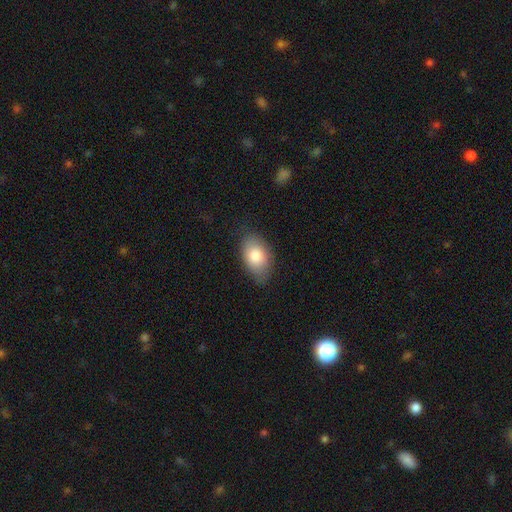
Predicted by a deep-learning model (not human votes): This is clearly a smooth galaxy (81%). How rounded: clearly in between (89%). Merging: likely none (76%).